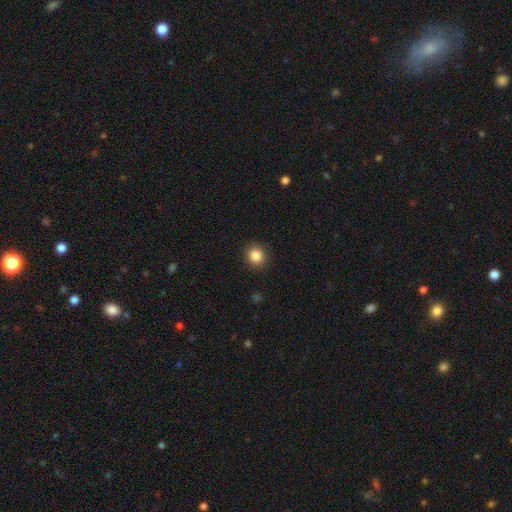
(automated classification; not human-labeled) Overall: smooth (86%). How rounded: round (83%). Merging: none (90%).